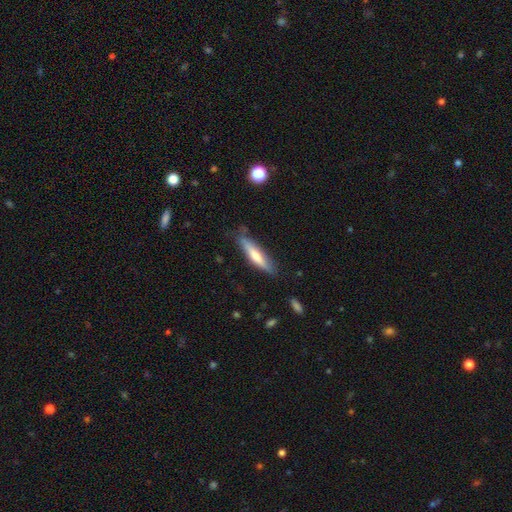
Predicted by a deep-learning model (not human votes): A smooth galaxy with no disk features (58%) that is cigar-shaped (84%).

Vote fractions:
- Smooth or featured? smooth: 58% / featured or disk: 36% / star or artifact: 6%
- How rounded? cigar-shaped: 84% / in between: 15% / round: 1%
- Merging? none: 79% / minor disturbance: 16% / major disturbance: 3% / merger: 2%